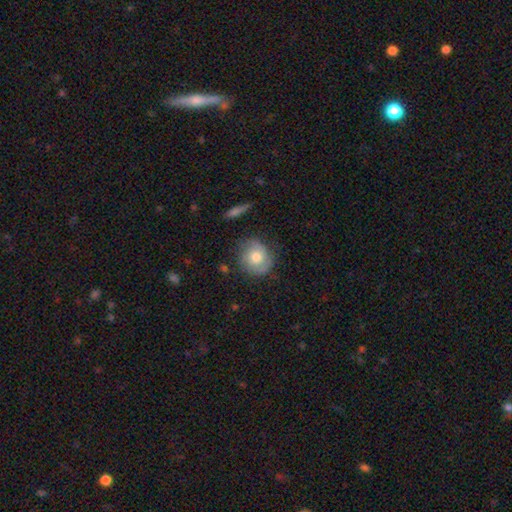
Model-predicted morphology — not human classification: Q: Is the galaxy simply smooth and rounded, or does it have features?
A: featured or disk — 53%.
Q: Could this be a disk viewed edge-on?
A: no — 96%.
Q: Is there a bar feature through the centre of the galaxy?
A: no — 75%.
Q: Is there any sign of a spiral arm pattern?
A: yes — 86%.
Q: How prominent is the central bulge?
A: moderate — 65%.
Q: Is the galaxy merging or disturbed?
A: none — 76%.